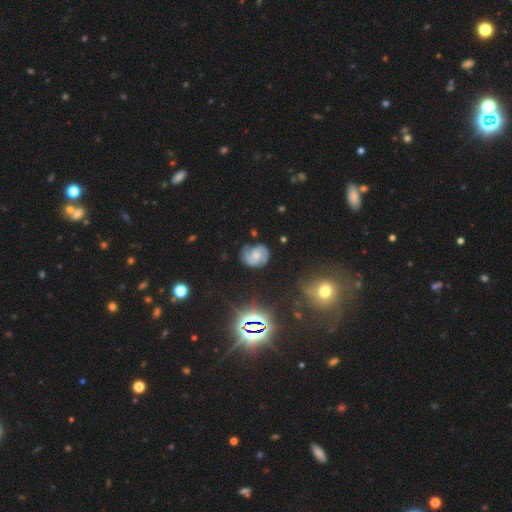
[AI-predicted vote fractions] Morphology: type=featured or disk (76%); edge-on=no (98%); bar=no (64%); spiral arms=yes (95%); winding=tight (44%, tied with medium); arm count=2 (58%); bulge=small (45%); merging=none (68%).